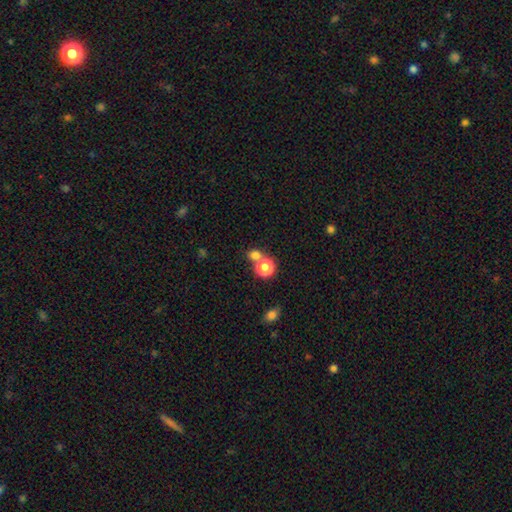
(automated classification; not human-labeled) smooth-or-featured: smooth: 77% | star or artifact: 16% | featured or disk: 7%
  how-rounded: round: 78% | in between: 21% | cigar-shaped: 1%
  merging: none: 54% | merger: 36% | minor disturbance: 7% | major disturbance: 4%